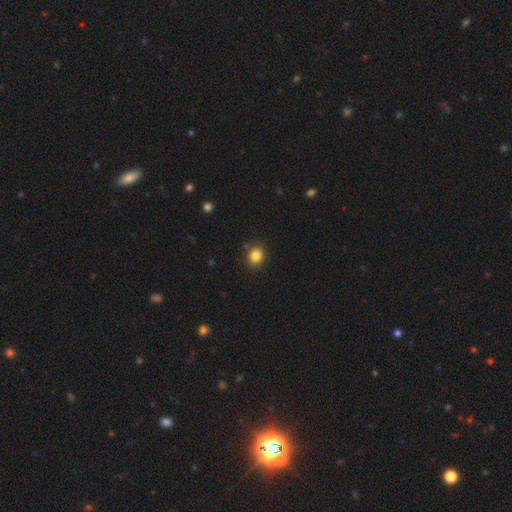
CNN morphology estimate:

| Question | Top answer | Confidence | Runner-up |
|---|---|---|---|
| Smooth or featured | smooth | 84% | star or artifact (11%) |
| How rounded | round | 78% | in between (21%) |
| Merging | none | 86% | minor disturbance (9%) |